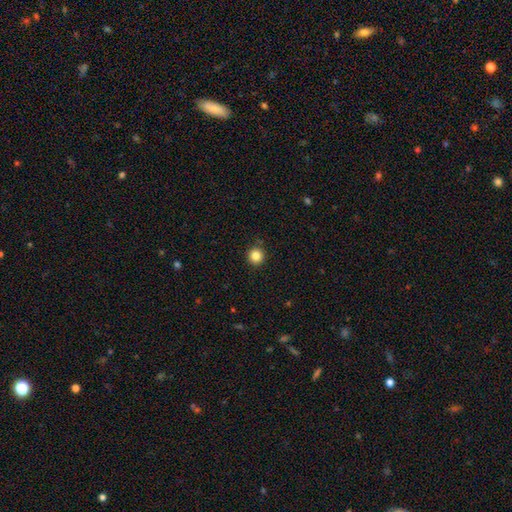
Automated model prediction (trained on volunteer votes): Smooth or featured? smooth (85%)
How rounded? round (95%)
Merging? none (91%)